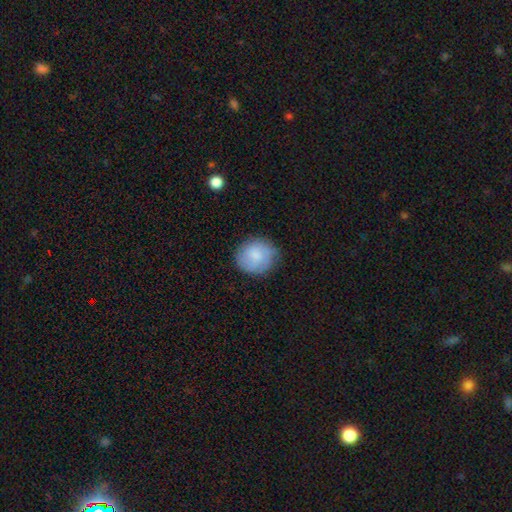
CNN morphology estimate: smooth 71%, featured or disk 22%, star or artifact 7%. Down the decision tree: how rounded — round (80%); merging — none (77%).